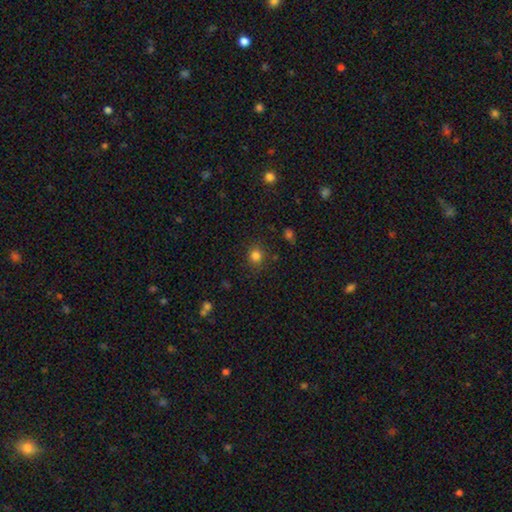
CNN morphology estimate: smooth_or_featured: smooth (p=0.82) [alt: star or artifact p=0.14]
how_rounded: round (p=0.87) [alt: in between p=0.12]
merging: none (p=0.86) [alt: minor disturbance p=0.09]